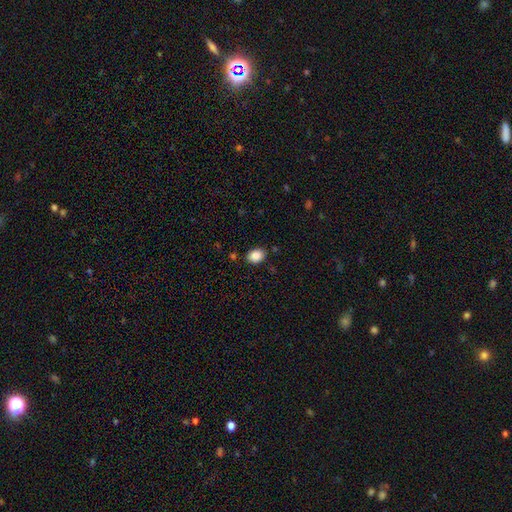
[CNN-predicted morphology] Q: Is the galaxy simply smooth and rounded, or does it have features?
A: smooth — 88%.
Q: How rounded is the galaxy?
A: in between — 68%.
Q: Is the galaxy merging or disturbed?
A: none — 85%.